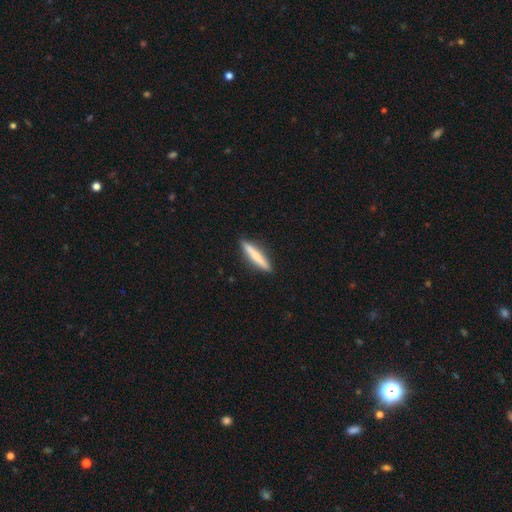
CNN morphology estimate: This is likely a smooth galaxy (69%). How rounded: clearly cigar-shaped (92%). Merging: clearly none (91%).